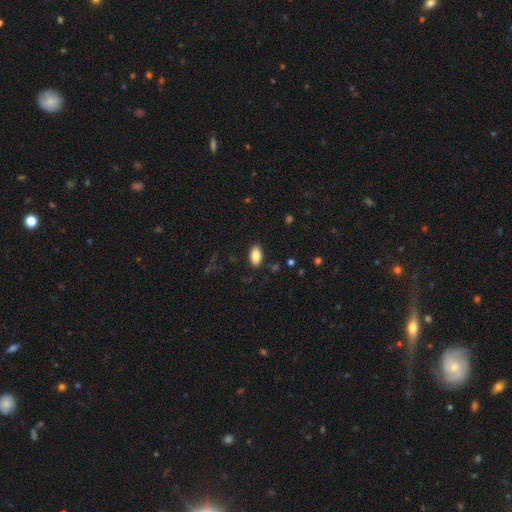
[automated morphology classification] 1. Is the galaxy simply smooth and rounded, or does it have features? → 84% smooth, 8% featured or disk, 8% star or artifact.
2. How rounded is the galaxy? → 93% in between, 4% round, 3% cigar-shaped.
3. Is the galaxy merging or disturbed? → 86% none, 10% minor disturbance, 2% major disturbance, 1% merger.